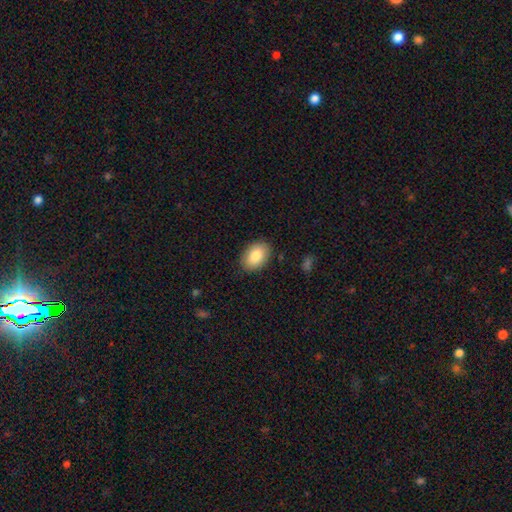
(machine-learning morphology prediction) type=smooth (85%); roundness=in between (86%); merging=none (87%).